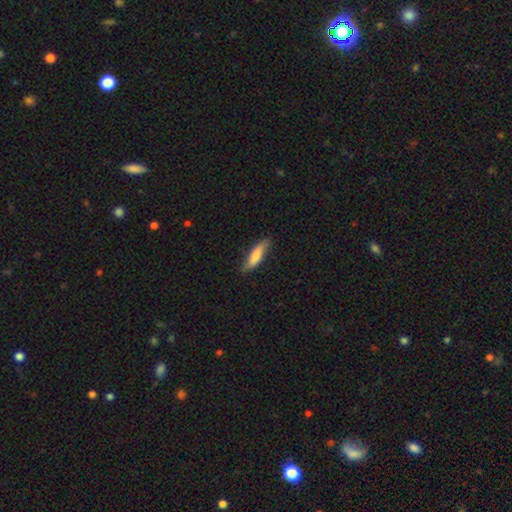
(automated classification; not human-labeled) The model was most divided on "how rounded": cigar-shaped: 66%, in between: 32%, round: 2%. More confident: merging — none (74%); smooth or featured — smooth (73%).